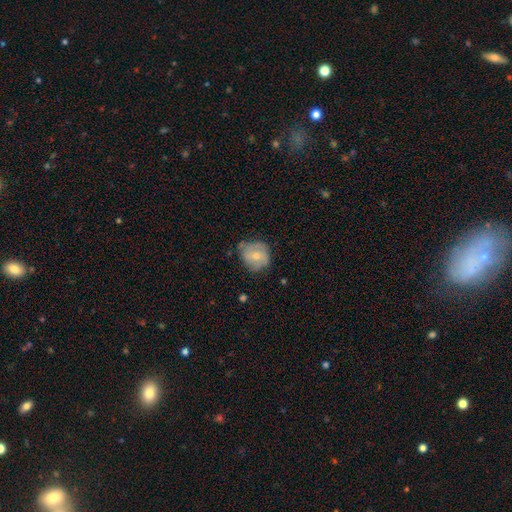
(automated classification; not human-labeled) The model was most divided on "smooth or featured": smooth: 53%, featured or disk: 40%, star or artifact: 7%. More confident: how rounded — round (79%); merging — none (56%).